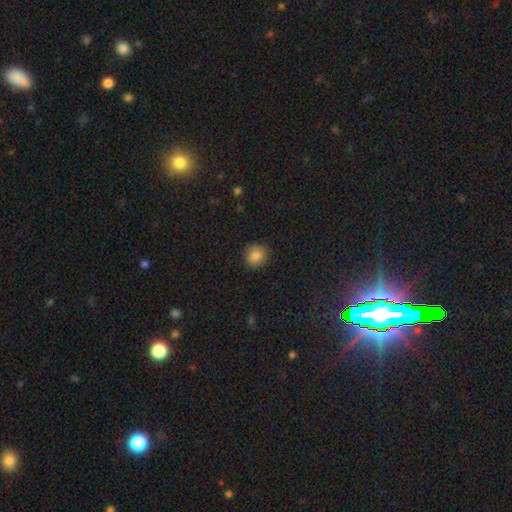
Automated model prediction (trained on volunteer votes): This is clearly a smooth galaxy (83%). How rounded: clearly round (89%). Merging: clearly none (89%).